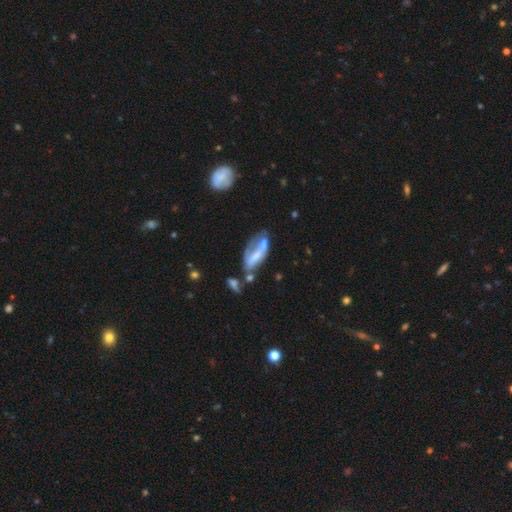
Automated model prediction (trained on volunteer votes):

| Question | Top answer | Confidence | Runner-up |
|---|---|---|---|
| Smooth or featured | featured or disk | 54% | smooth (38%) |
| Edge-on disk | no | 86% | yes (14%) |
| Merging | none | 27% | major disturbance (26%) |